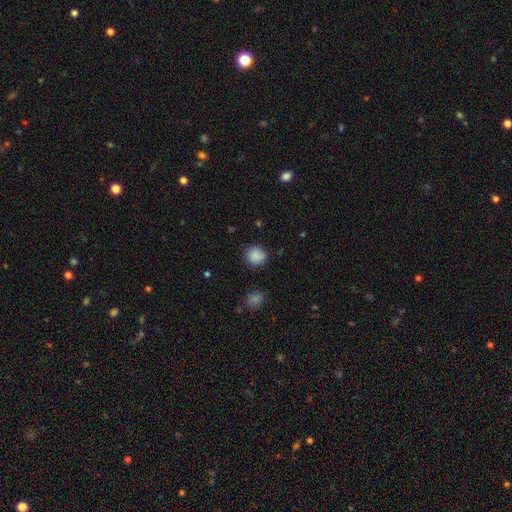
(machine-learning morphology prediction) A smooth galaxy with no disk features (87%) that is round (88%). Merging: none (85%).